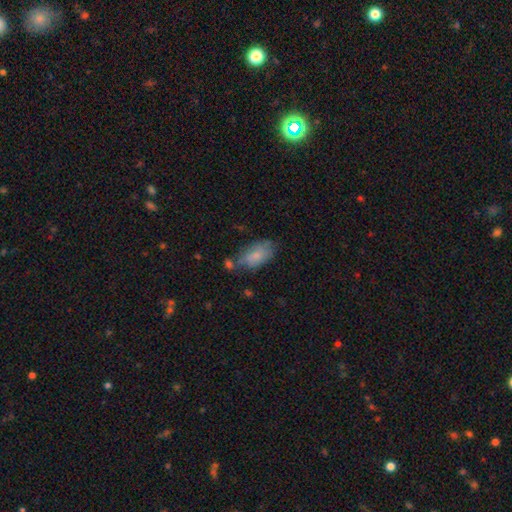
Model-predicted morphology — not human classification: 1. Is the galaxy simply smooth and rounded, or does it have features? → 79% smooth, 14% featured or disk, 7% star or artifact.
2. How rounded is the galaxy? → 92% in between, 4% round, 4% cigar-shaped.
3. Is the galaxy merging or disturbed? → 54% none, 26% minor disturbance, 12% merger, 8% major disturbance.